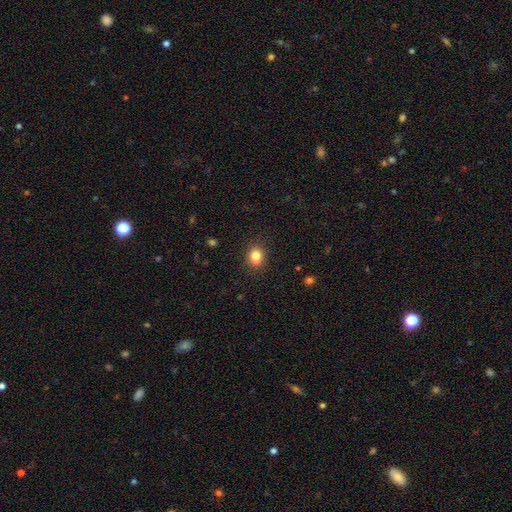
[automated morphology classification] Overall: smooth (82%). How rounded: round (63%; in between 36%). Merging: none (85%).